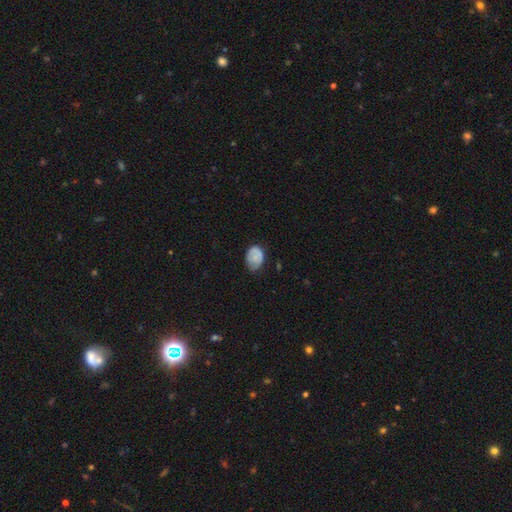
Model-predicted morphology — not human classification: Smooth or featured? Predicted: smooth (p=0.66). How rounded? Predicted: in between (p=0.65). Merging? Predicted: none (p=0.50).